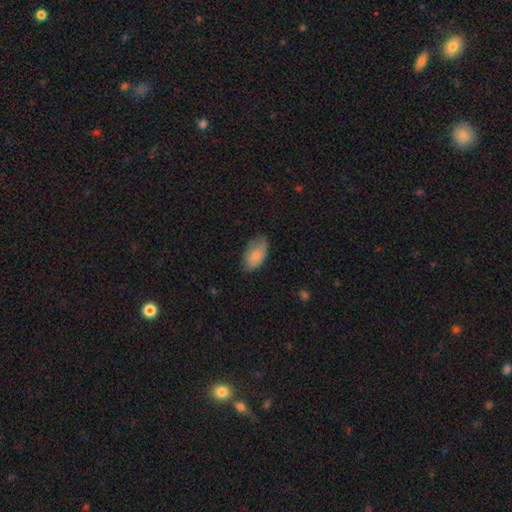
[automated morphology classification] Overall: smooth (81%). How rounded: in between (94%). Merging: none (68%).